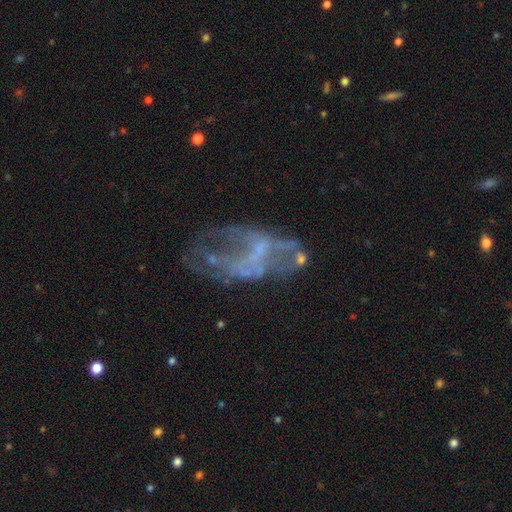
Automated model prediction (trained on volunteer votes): Overall: featured or disk (69%). Edge-on disk: no (96%). Bar: no (73%). Spiral arms: no (78%). Bulge size: none (66%). Merging: none (40%; major disturbance 33%).